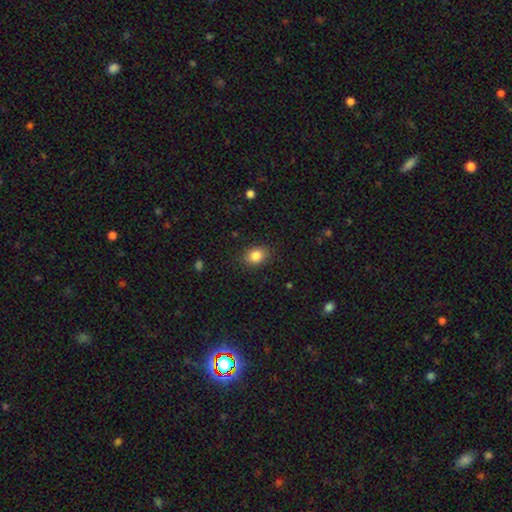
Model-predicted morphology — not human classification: Smooth or featured?
  - smooth: 85% *
  - star or artifact: 10%
  - featured or disk: 5%
How rounded?
  - in between: 54% *
  - round: 45%
  - cigar-shaped: 1%
Merging?
  - none: 87% *
  - minor disturbance: 9%
  - major disturbance: 3%
  - merger: 1%